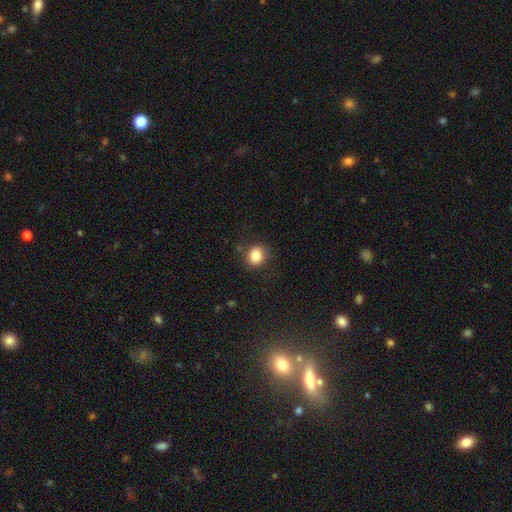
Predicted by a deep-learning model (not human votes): Smooth or featured: smooth — 83% (star or artifact — 10%)
How rounded: round — 80% (in between — 19%)
Merging: none — 84% (minor disturbance — 11%)